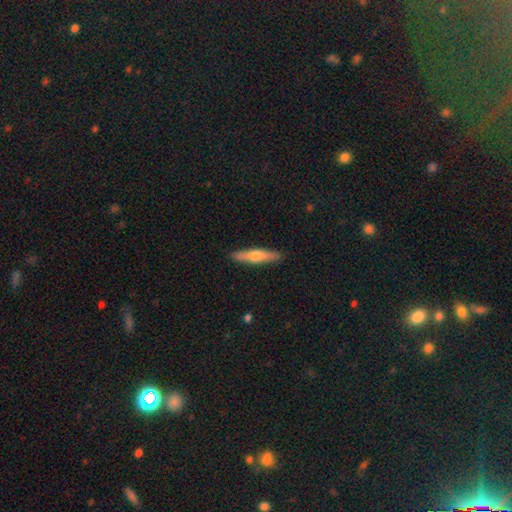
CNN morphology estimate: smooth_or_featured: smooth (p=0.49) [alt: featured or disk p=0.46]
merging: none (p=0.90) [alt: minor disturbance p=0.07]